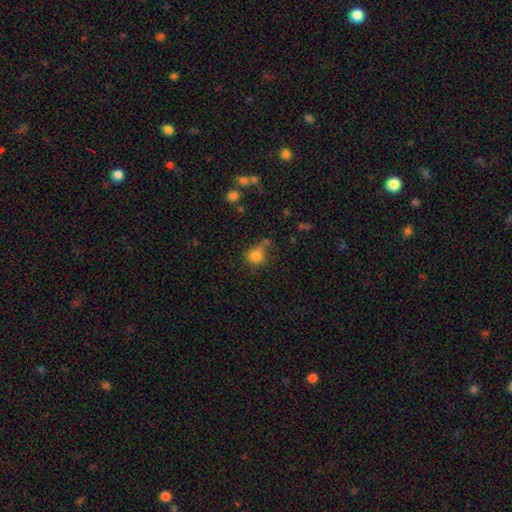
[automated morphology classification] Smooth or featured? smooth (81%)
How rounded? round (85%)
Merging? none (54%)